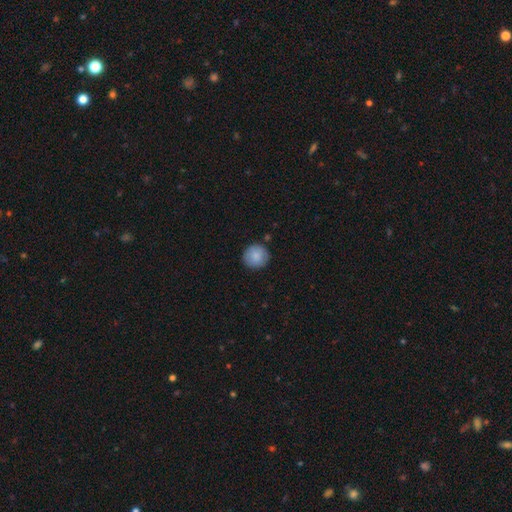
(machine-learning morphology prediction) Smooth or featured?
  - smooth: 86% *
  - featured or disk: 7%
  - star or artifact: 7%
How rounded?
  - round: 92% *
  - in between: 7%
  - cigar-shaped: 1%
Merging?
  - none: 87% *
  - minor disturbance: 9%
  - major disturbance: 2%
  - merger: 2%